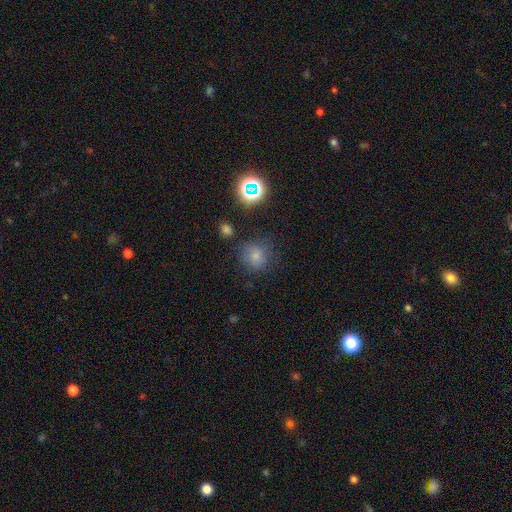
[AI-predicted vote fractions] Smooth or featured? smooth (59%)
How rounded? round (90%)
Merging? none (79%)